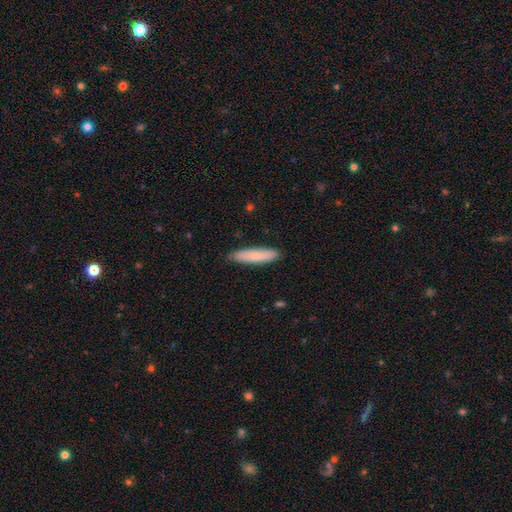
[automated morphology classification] Smooth or featured?
  - smooth: 83% *
  - featured or disk: 11%
  - star or artifact: 6%
How rounded?
  - cigar-shaped: 84% *
  - in between: 15%
  - round: 1%
Merging?
  - none: 87% *
  - minor disturbance: 10%
  - major disturbance: 2%
  - merger: 1%